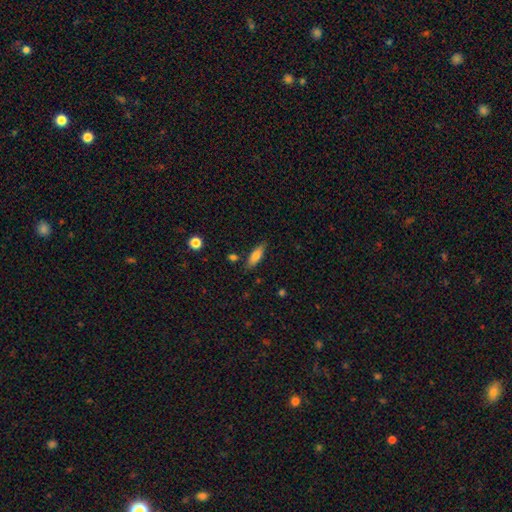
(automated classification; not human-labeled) Smooth or featured?
  - smooth: 76% *
  - featured or disk: 17%
  - star or artifact: 7%
How rounded?
  - in between: 54% *
  - cigar-shaped: 43%
  - round: 2%
Merging?
  - none: 81% *
  - minor disturbance: 13%
  - merger: 4%
  - major disturbance: 3%